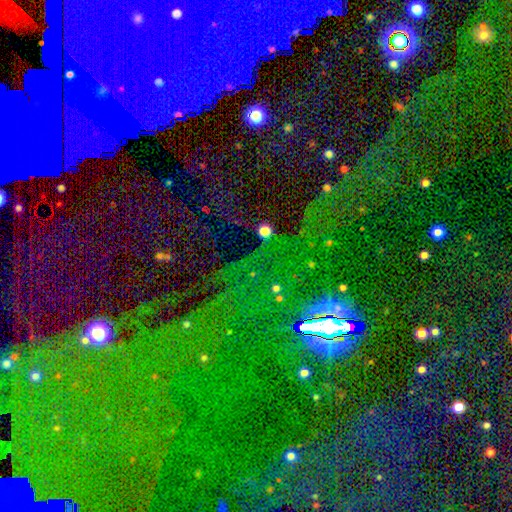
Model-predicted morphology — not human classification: This is likely a star or artifact rather than a galaxy (79%).